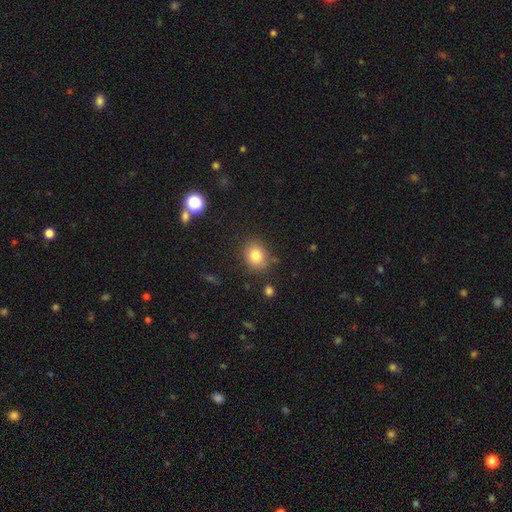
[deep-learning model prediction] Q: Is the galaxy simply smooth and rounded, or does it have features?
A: smooth — 80%.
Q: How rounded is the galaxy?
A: round — 60%.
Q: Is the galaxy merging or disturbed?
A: none — 82%.